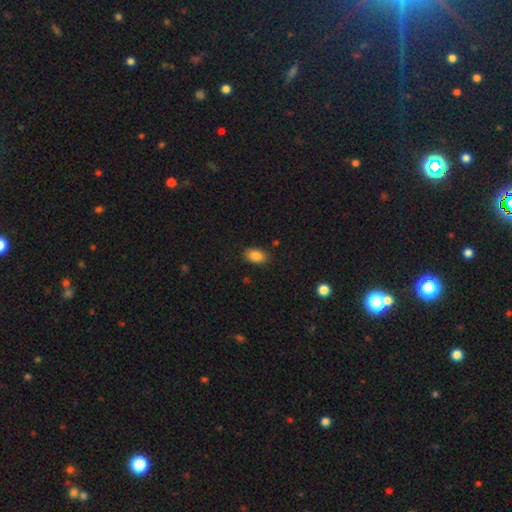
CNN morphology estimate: smooth_or_featured: smooth (p=0.87) [alt: star or artifact p=0.08]
how_rounded: in between (p=0.89) [alt: round p=0.09]
merging: none (p=0.86) [alt: minor disturbance p=0.10]